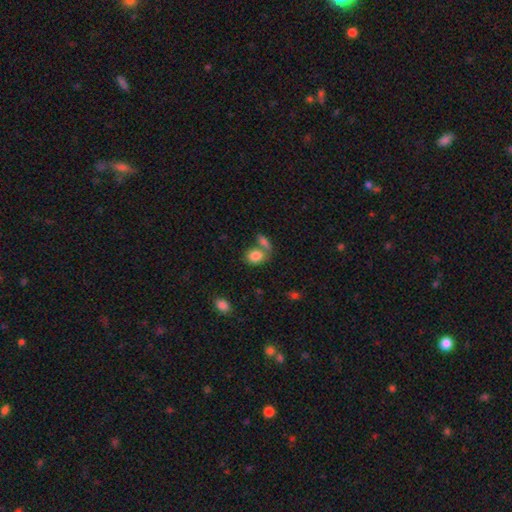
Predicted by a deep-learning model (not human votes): Morphology: type=smooth (83%); roundness=in between (73%); merging=none (43%).